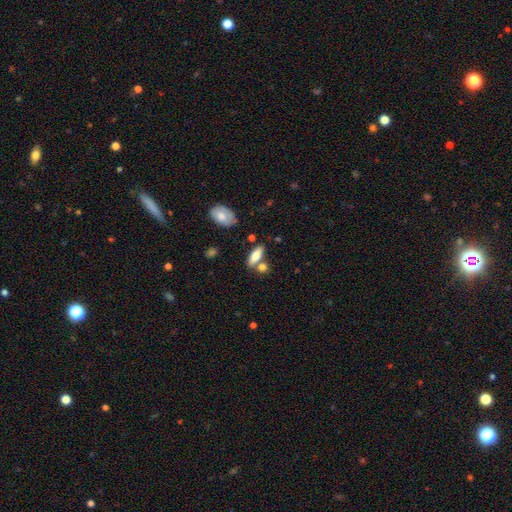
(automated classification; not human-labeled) Overall: smooth (70%). How rounded: in between (66%; cigar-shaped 31%). Merging: none (64%).